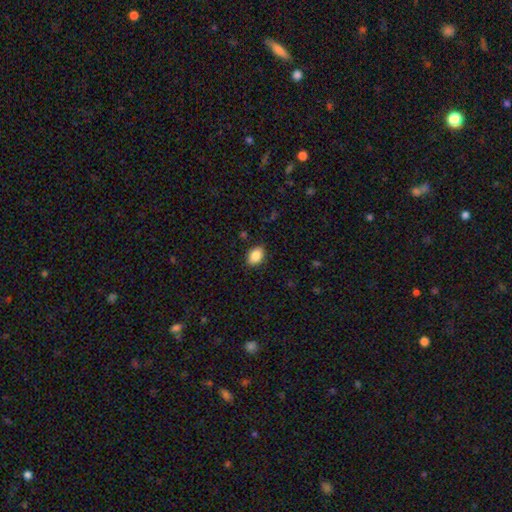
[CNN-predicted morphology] Overall: smooth (87%). How rounded: in between (79%). Merging: none (87%).